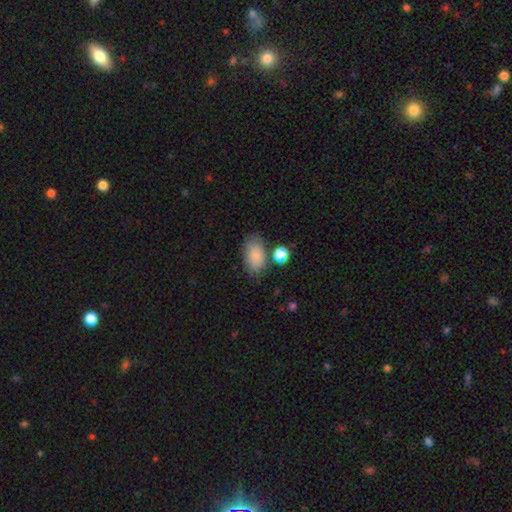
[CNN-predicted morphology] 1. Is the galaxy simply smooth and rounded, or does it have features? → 84% smooth, 9% featured or disk, 7% star or artifact.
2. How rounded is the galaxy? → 92% in between, 6% round, 2% cigar-shaped.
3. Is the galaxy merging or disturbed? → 68% none, 17% minor disturbance, 9% merger, 5% major disturbance.